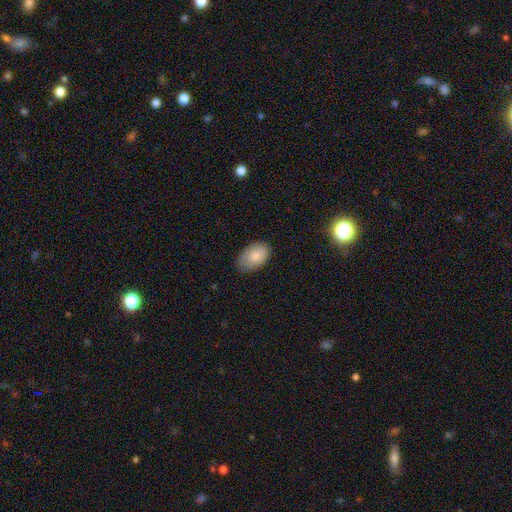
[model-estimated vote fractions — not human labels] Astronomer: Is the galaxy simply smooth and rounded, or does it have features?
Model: smooth — 85%.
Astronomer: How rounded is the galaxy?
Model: in between — 91%.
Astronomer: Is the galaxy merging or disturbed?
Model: none — 78%.